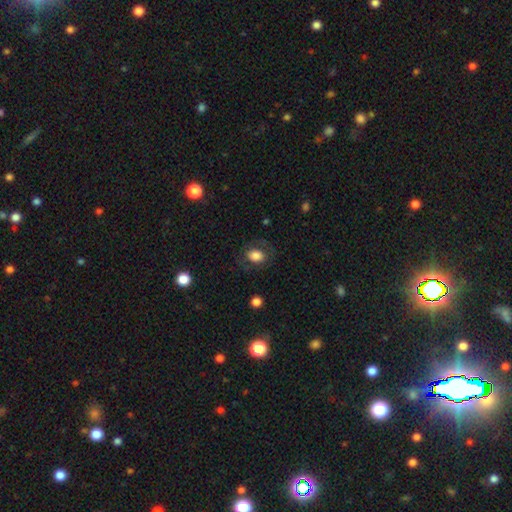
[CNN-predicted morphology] Q: Smooth or featured?
A: smooth (76%); runner-up: featured or disk (16%)
Q: How rounded?
A: in between (62%); runner-up: round (37%)
Q: Merging?
A: none (74%); runner-up: minor disturbance (15%)